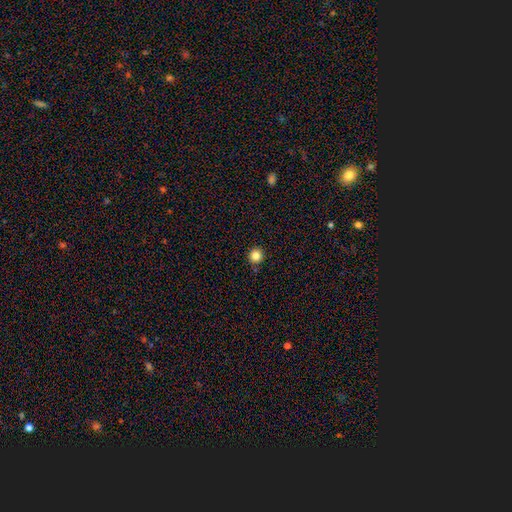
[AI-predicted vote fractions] smooth-or-featured: smooth: 83% | star or artifact: 12% | featured or disk: 5%
  how-rounded: round: 95% | in between: 4% | cigar-shaped: 1%
  merging: none: 91% | minor disturbance: 6% | merger: 2% | major disturbance: 2%